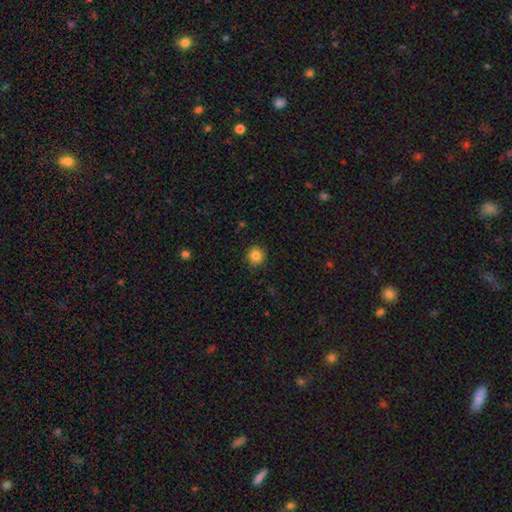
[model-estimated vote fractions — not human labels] Smooth or featured: smooth — 84% (star or artifact — 11%)
How rounded: round — 94% (in between — 5%)
Merging: none — 90% (minor disturbance — 7%)